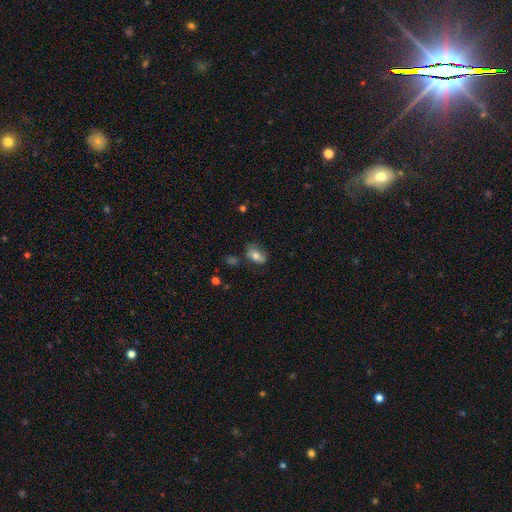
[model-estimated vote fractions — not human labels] The model was most divided on "merging": none: 58%, minor disturbance: 28%, major disturbance: 9%, merger: 4%. More confident: how rounded — in between (86%); smooth or featured — smooth (70%).